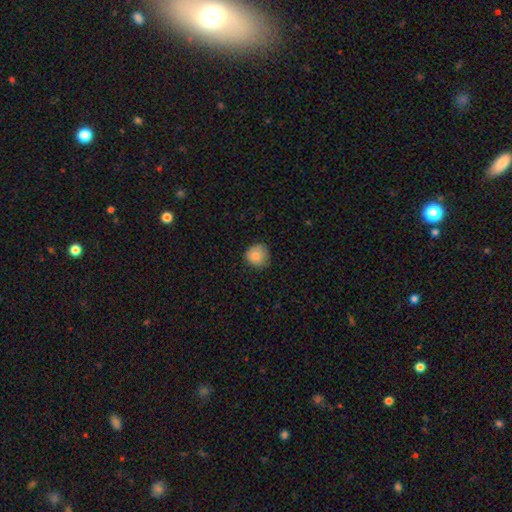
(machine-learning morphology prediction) type=smooth (83%); roundness=round (89%); merging=none (71%).